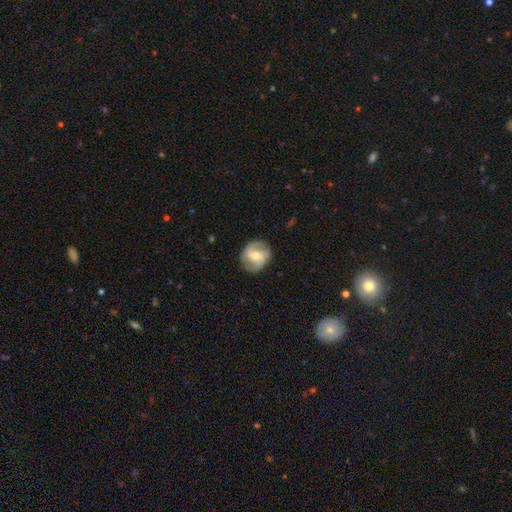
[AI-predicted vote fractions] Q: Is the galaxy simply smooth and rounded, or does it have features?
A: featured or disk — 70%.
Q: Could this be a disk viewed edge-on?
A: no — 97%.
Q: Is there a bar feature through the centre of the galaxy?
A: weak — 44%.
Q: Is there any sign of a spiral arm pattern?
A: yes — 88%.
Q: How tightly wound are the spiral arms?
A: medium — 46%.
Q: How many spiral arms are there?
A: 2 — 78%.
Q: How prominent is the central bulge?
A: moderate — 58%.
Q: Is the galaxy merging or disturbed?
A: none — 82%.